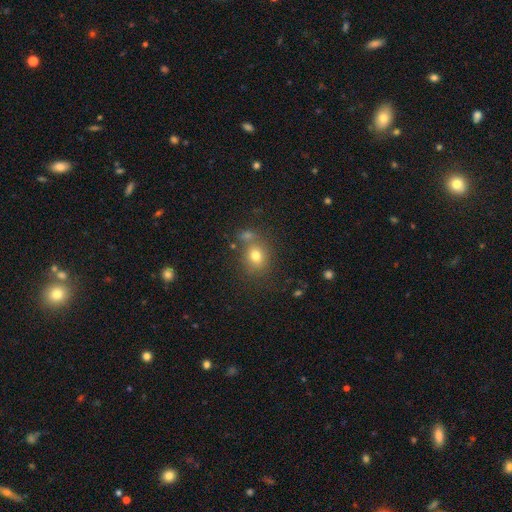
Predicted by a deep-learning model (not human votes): Morphology: type=smooth (75%); roundness=round (65%); merging=none (63%).